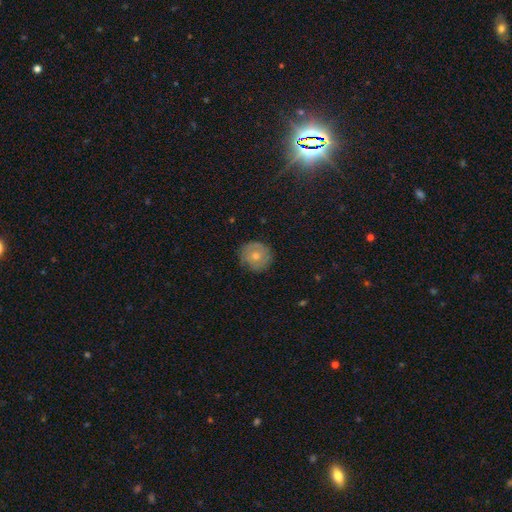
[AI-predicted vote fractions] smooth-or-featured: featured or disk: 52% | smooth: 40% | star or artifact: 8%
  disk-edge-on: no: 97% | yes: 3%
    bar: no: 80% | weak: 17% | strong: 3%
    has-spiral-arms: yes: 77% | no: 23%
    bulge-size: moderate: 57% | small: 37% | large: 3% | none: 2% | dominant: 1%
  merging: none: 81% | minor disturbance: 14% | major disturbance: 4% | merger: 1%